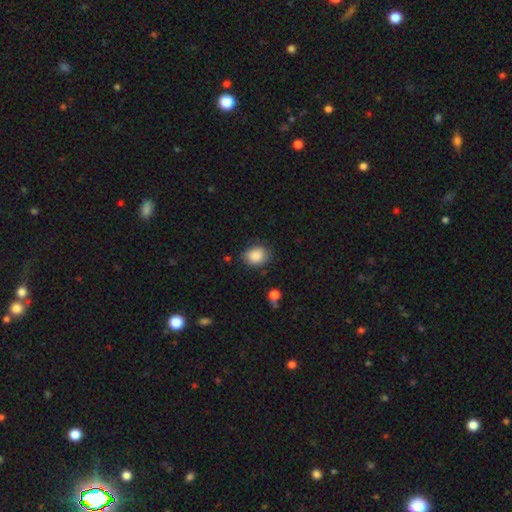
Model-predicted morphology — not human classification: smooth-or-featured: smooth: 87% | star or artifact: 8% | featured or disk: 4%
  how-rounded: in between: 50% | round: 49% | cigar-shaped: 1%
  merging: none: 76% | minor disturbance: 17% | major disturbance: 4% | merger: 2%